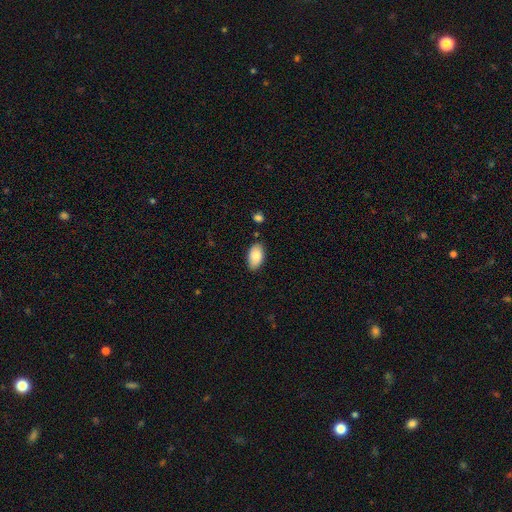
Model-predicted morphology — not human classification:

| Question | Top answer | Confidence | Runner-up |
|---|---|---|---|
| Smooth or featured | smooth | 84% | featured or disk (9%) |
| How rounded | in between | 95% | round (3%) |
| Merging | none | 84% | minor disturbance (12%) |